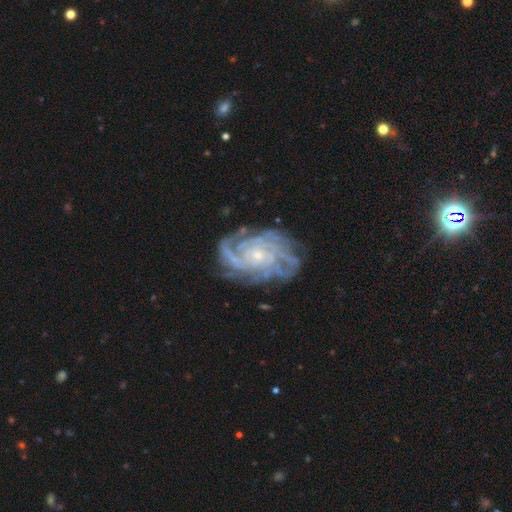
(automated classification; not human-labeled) Q: Smooth or featured?
A: featured or disk (86%); runner-up: star or artifact (8%)
Q: Edge-on disk?
A: no (97%); runner-up: yes (3%)
Q: Bar?
A: no (73%); runner-up: weak (21%)
Q: Spiral arms?
A: yes (98%); runner-up: no (2%)
Q: Spiral winding?
A: tight (66%); runner-up: medium (28%)
Q: Spiral arm count?
A: can't tell (24%); tied with: 4 (24%)
Q: Bulge size?
A: small (75%); runner-up: moderate (21%)
Q: Merging?
A: none (78%); runner-up: minor disturbance (15%)